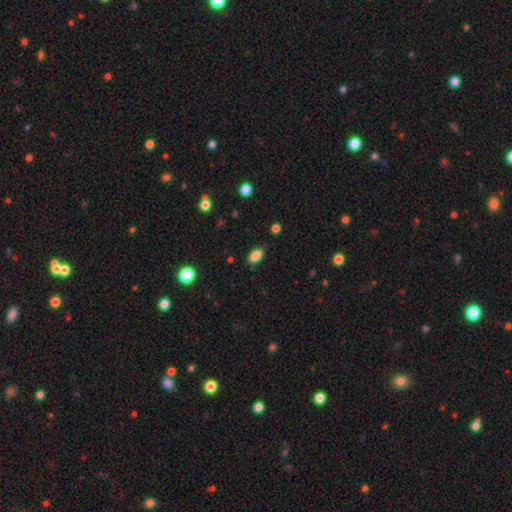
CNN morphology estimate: Smooth or featured? Predicted: smooth (p=0.86). How rounded? Predicted: in between (p=0.90). Merging? Predicted: none (p=0.83).